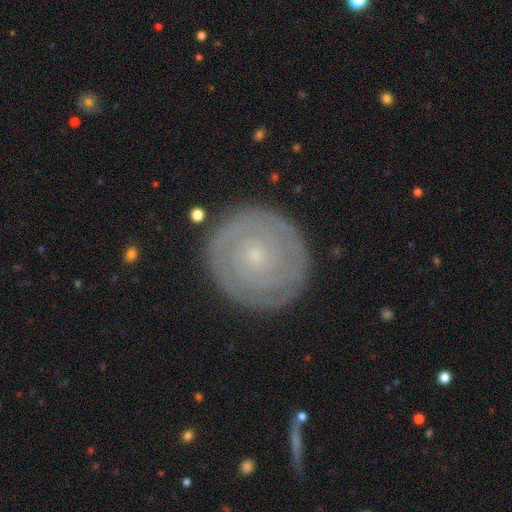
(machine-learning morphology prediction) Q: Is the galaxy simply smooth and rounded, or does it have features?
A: featured or disk — 73%.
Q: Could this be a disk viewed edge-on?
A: no — 97%.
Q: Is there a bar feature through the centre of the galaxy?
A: no — 84%.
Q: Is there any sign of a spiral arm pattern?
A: yes — 89%.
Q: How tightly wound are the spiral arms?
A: tight — 87%.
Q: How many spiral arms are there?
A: can't tell — 35%.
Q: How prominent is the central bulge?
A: small — 84%.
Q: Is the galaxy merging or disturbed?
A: none — 86%.